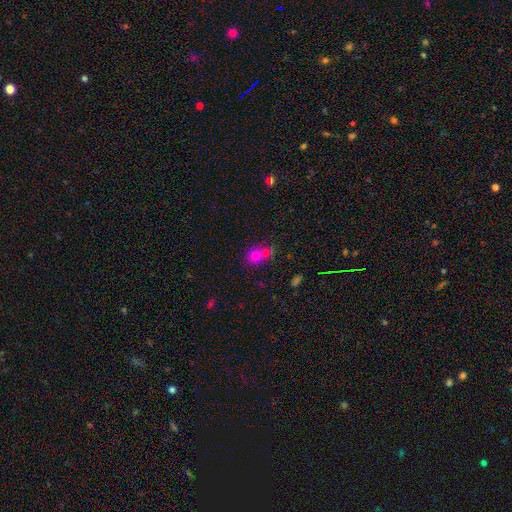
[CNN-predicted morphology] The model was most divided on "merging": merger: 47%, none: 41%, minor disturbance: 8%, major disturbance: 3%. More confident: how rounded — round (78%); smooth or featured — smooth (74%).